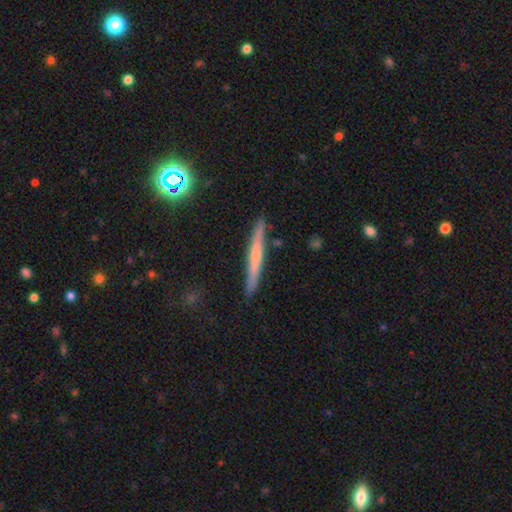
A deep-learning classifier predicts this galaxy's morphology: Smooth or featured?
  - featured or disk: 47% *
  - smooth: 45%
  - star or artifact: 8%
Merging?
  - none: 89% *
  - minor disturbance: 8%
  - merger: 2%
  - major disturbance: 2%